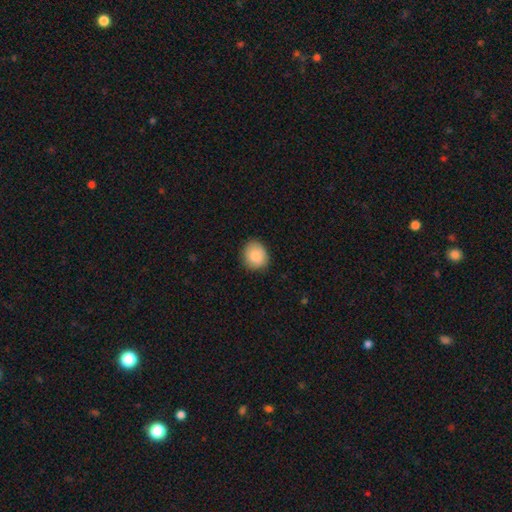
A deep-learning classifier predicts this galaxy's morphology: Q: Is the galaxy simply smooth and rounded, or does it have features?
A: smooth — 87%.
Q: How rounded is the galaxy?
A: round — 77%.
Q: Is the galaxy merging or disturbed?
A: none — 85%.